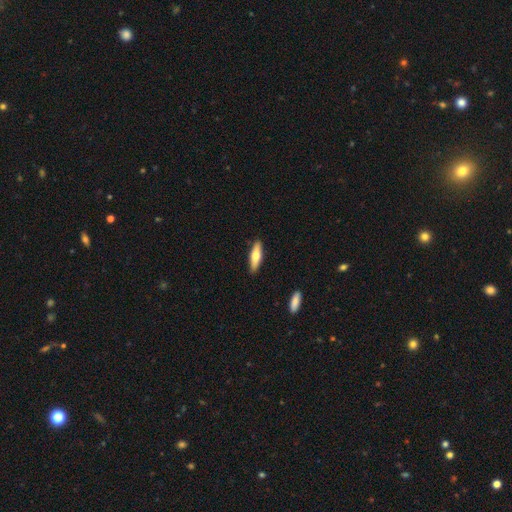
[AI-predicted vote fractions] Morphology: type=smooth (62%); roundness=cigar-shaped (57%); merging=none (89%).